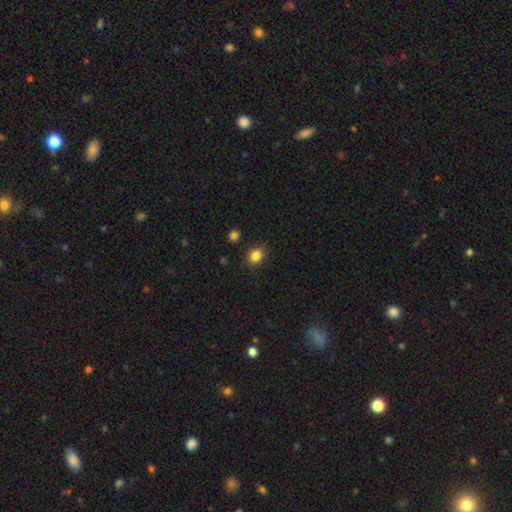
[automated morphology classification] Q: Smooth or featured?
A: smooth (85%); runner-up: star or artifact (11%)
Q: How rounded?
A: in between (53%); runner-up: round (46%)
Q: Merging?
A: none (87%); runner-up: minor disturbance (9%)